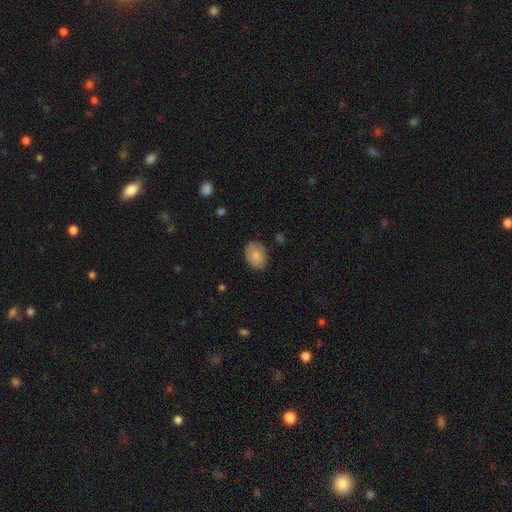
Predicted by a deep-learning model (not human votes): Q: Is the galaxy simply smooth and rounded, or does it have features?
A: smooth — 77%.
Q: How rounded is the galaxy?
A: in between — 75%.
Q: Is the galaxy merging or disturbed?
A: none — 81%.